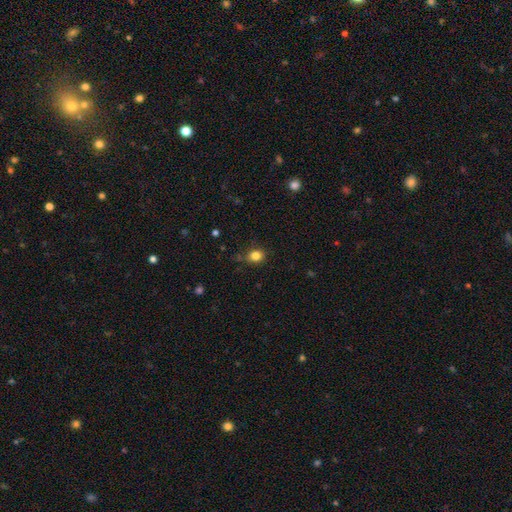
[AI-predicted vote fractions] Overall: smooth (83%). How rounded: round (66%; in between 33%). Merging: none (79%).